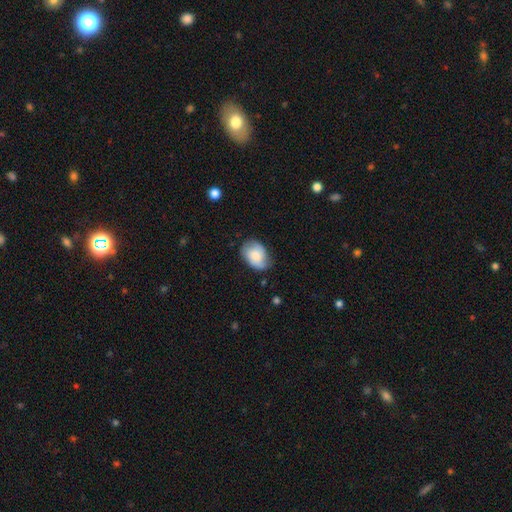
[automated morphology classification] The model was most divided on "smooth or featured": smooth: 64%, featured or disk: 28%, star or artifact: 7%. More confident: how rounded — in between (76%); merging — none (65%).